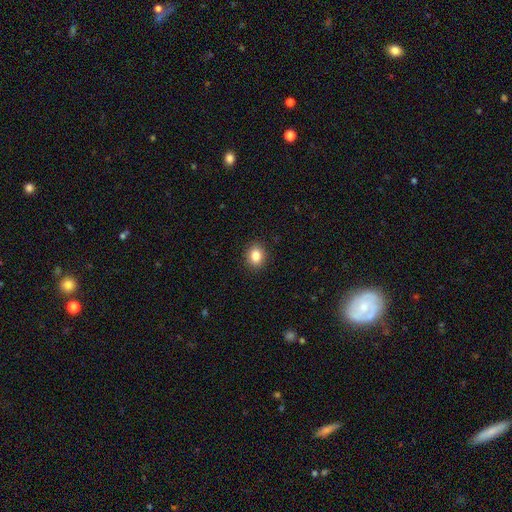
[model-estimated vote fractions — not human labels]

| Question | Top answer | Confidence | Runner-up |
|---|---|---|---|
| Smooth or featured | smooth | 84% | star or artifact (10%) |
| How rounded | round | 61% | in between (38%) |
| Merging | none | 91% | minor disturbance (6%) |